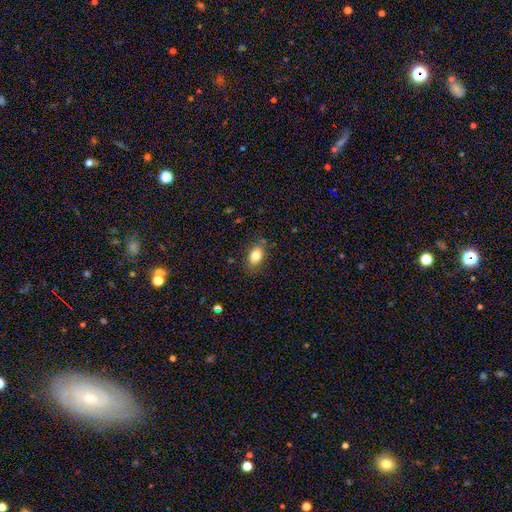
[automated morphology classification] smooth-or-featured: smooth: 81% | featured or disk: 10% | star or artifact: 9%
  how-rounded: in between: 81% | round: 18% | cigar-shaped: 2%
  merging: none: 79% | minor disturbance: 15% | major disturbance: 4% | merger: 2%